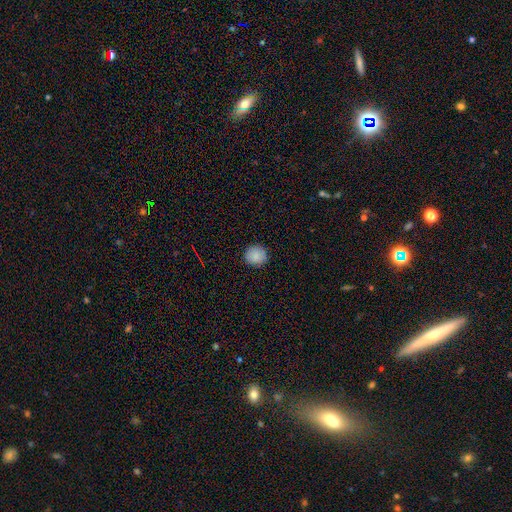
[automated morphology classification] A smooth galaxy with no disk features (87%) that is round (88%).

Vote fractions:
- Smooth or featured? smooth: 87% / star or artifact: 9% / featured or disk: 4%
- How rounded? round: 88% / in between: 11% / cigar-shaped: 1%
- Merging? none: 89% / minor disturbance: 8% / major disturbance: 2% / merger: 1%